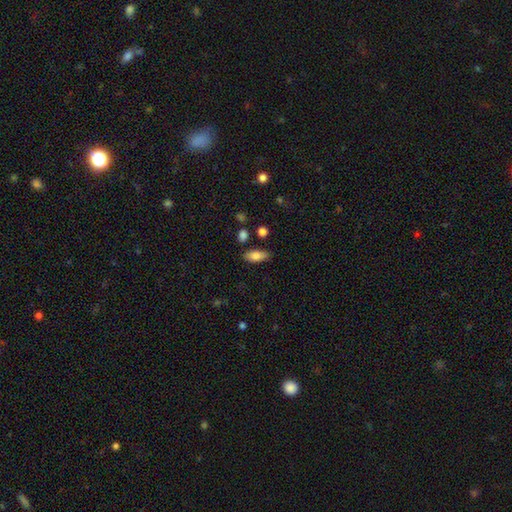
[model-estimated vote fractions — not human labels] This appears to be a smooth galaxy with no disk features (81%) that is in between round and cigar-shaped (85%). Merging: none (81%).